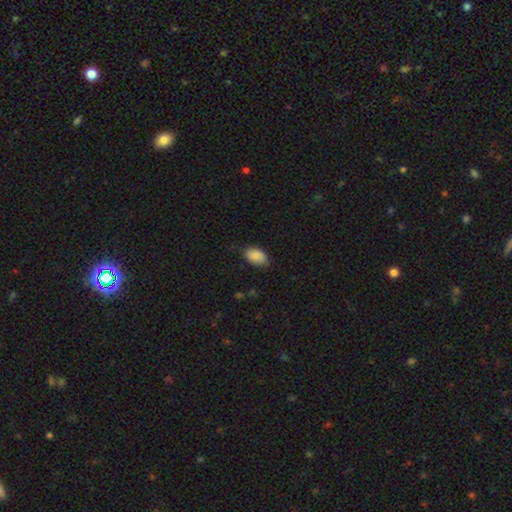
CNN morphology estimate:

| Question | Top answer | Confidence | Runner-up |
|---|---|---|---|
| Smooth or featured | smooth | 88% | star or artifact (7%) |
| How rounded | in between | 92% | round (6%) |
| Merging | none | 76% | minor disturbance (19%) |